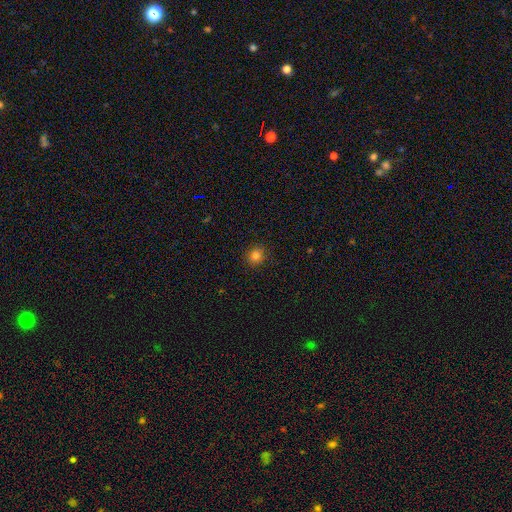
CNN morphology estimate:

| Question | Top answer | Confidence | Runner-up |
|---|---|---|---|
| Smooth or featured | smooth | 80% | star or artifact (14%) |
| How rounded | round | 84% | in between (15%) |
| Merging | none | 90% | minor disturbance (7%) |